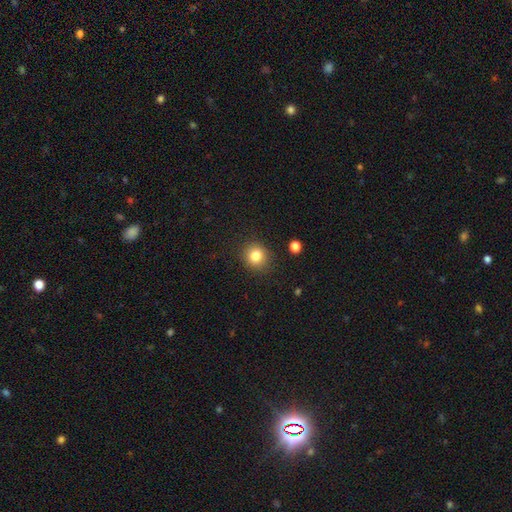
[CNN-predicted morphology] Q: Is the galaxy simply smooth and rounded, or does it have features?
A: smooth — 82%.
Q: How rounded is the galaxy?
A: round — 84%.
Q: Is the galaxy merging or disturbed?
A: none — 88%.